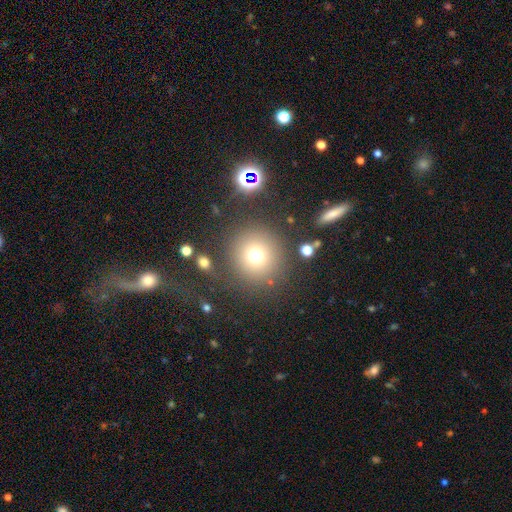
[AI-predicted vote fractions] A smooth galaxy with no disk features (70%) that is round (94%). Merging: none (83%).